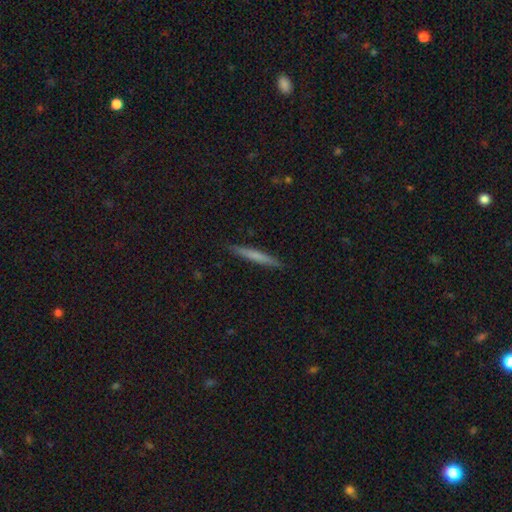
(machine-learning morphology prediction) Smooth or featured? Predicted: smooth (p=0.67). How rounded? Predicted: cigar-shaped (p=0.96). Merging? Predicted: none (p=0.91).